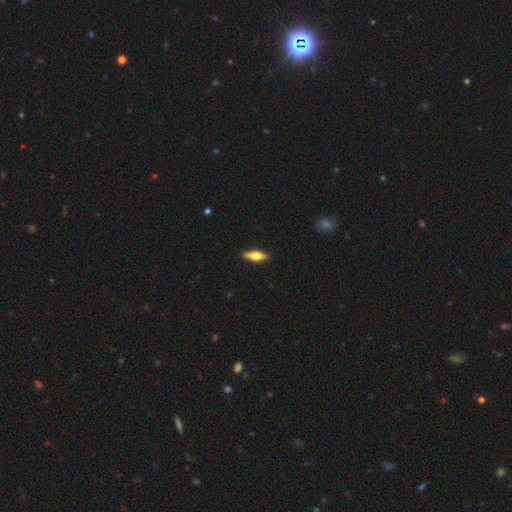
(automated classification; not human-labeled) smooth-or-featured: smooth: 53% | featured or disk: 41% | star or artifact: 6%
  how-rounded: cigar-shaped: 51% | in between: 46% | round: 3%
  merging: none: 90% | minor disturbance: 7% | major disturbance: 2% | merger: 1%